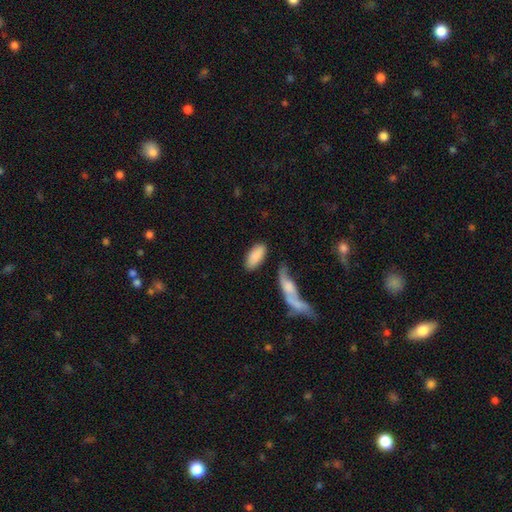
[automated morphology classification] Smooth or featured? Predicted: smooth (p=0.86). How rounded? Predicted: in between (p=0.87). Merging? Predicted: none (p=0.72).